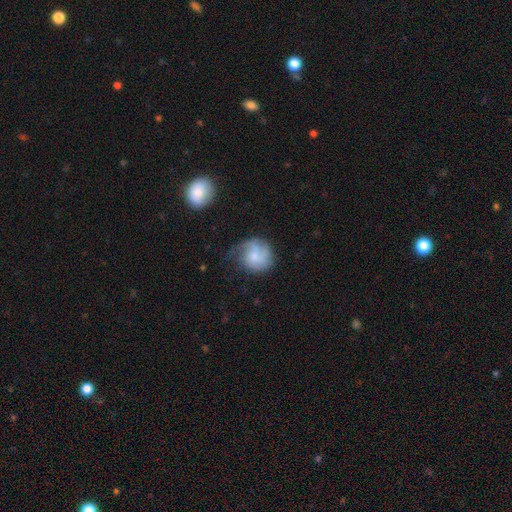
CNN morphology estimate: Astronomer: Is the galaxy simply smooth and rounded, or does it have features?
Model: smooth — 53% (runner-up: featured or disk, 39%).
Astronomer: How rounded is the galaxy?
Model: round — 82%.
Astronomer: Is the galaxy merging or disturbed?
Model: none — 49% (runner-up: minor disturbance, 31%).